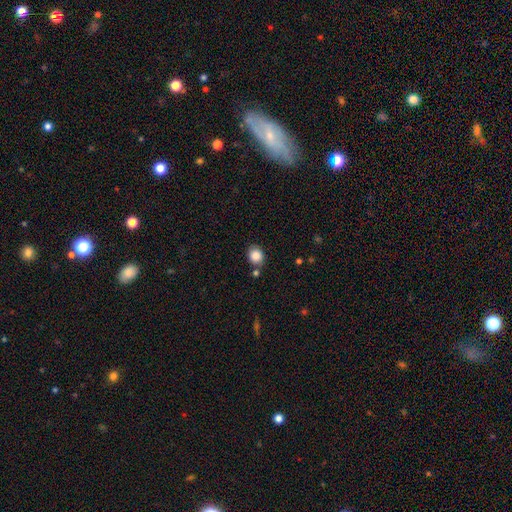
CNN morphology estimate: Smooth or featured: smooth — 86% (star or artifact — 9%)
How rounded: round — 67% (in between — 32%)
Merging: none — 76% (minor disturbance — 13%)